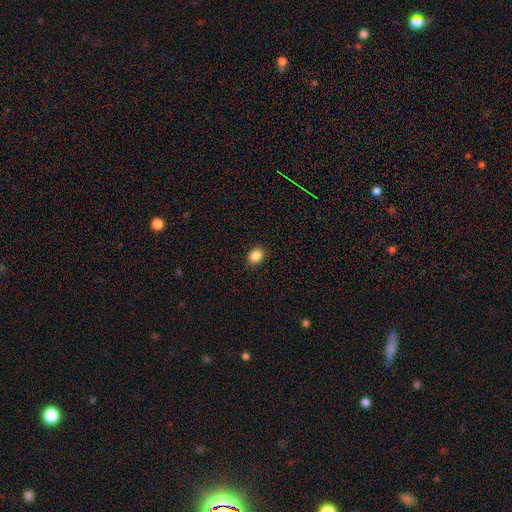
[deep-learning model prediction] Smooth or featured?
  - smooth: 87% *
  - star or artifact: 10%
  - featured or disk: 4%
How rounded?
  - round: 59% *
  - in between: 40%
  - cigar-shaped: 1%
Merging?
  - none: 90% *
  - minor disturbance: 7%
  - major disturbance: 2%
  - merger: 1%